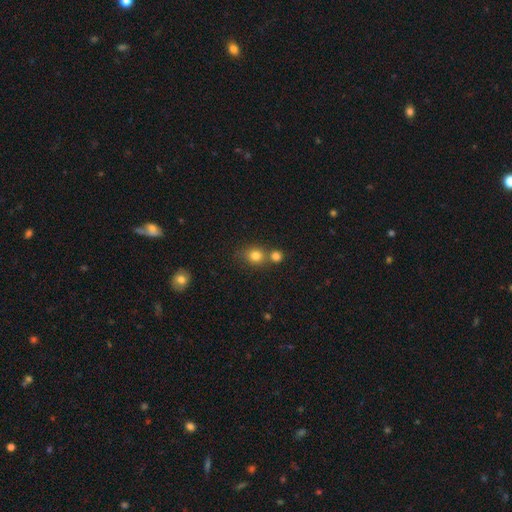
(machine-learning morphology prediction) A smooth galaxy with no disk features (80%) that is round (78%).

Vote fractions:
- Smooth or featured? smooth: 80% / star or artifact: 13% / featured or disk: 7%
- How rounded? round: 78% / in between: 21% / cigar-shaped: 1%
- Merging? none: 55% / merger: 33% / minor disturbance: 9% / major disturbance: 3%